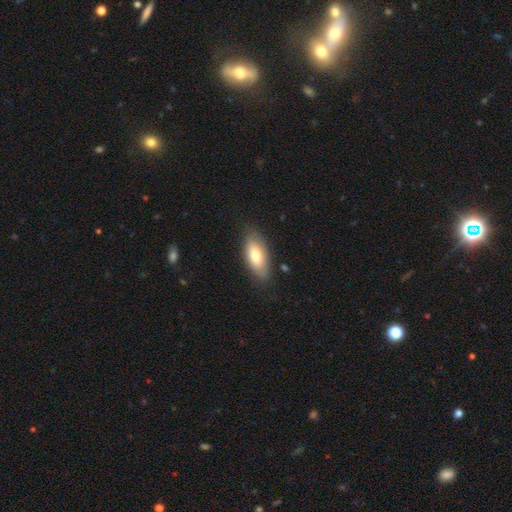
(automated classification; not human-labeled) A smooth galaxy with no disk features (71%) that is in between round and cigar-shaped (85%).

Vote fractions:
- Smooth or featured? smooth: 71% / featured or disk: 23% / star or artifact: 6%
- How rounded? in between: 85% / cigar-shaped: 12% / round: 3%
- Merging? none: 80% / minor disturbance: 15% / major disturbance: 3% / merger: 1%